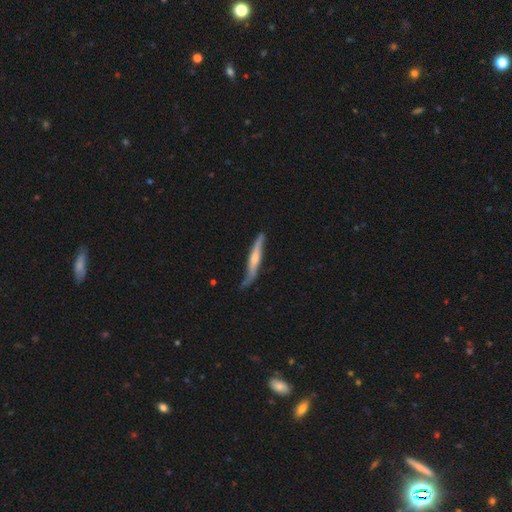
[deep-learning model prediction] Smooth or featured? Predicted: featured or disk (p=0.62). Edge-on disk? Predicted: yes (p=0.87). Edge-on bulge? Predicted: rounded (p=0.68). Merging? Predicted: none (p=0.65).